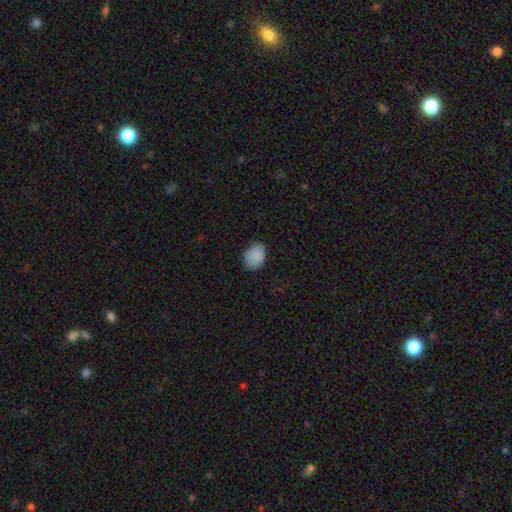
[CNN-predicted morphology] Smooth or featured?
  - smooth: 87% *
  - star or artifact: 8%
  - featured or disk: 5%
How rounded?
  - in between: 71% *
  - round: 28%
  - cigar-shaped: 1%
Merging?
  - none: 77% *
  - minor disturbance: 19%
  - major disturbance: 3%
  - merger: 1%